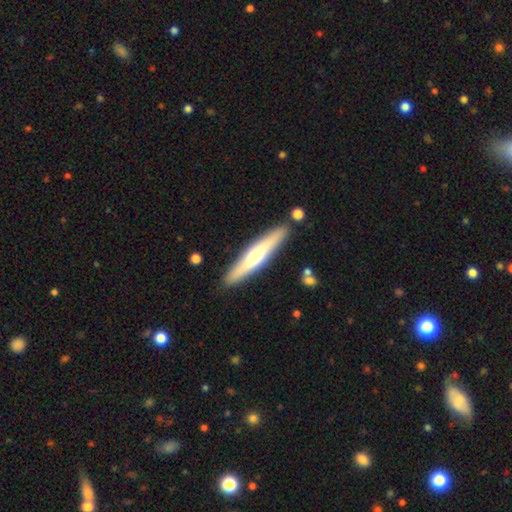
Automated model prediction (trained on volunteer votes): Smooth or featured? Predicted: featured or disk (p=0.49). Merging? Predicted: none (p=0.87).